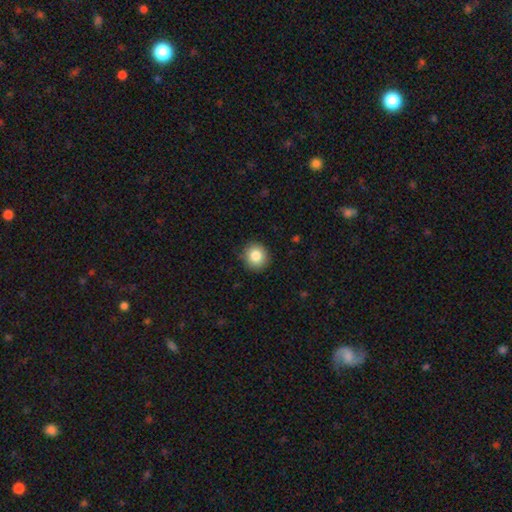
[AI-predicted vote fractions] A smooth galaxy with no disk features (84%) that is round (91%).

Vote fractions:
- Smooth or featured? smooth: 84% / star or artifact: 9% / featured or disk: 7%
- How rounded? round: 91% / in between: 8% / cigar-shaped: 1%
- Merging? none: 90% / minor disturbance: 7% / major disturbance: 2% / merger: 1%